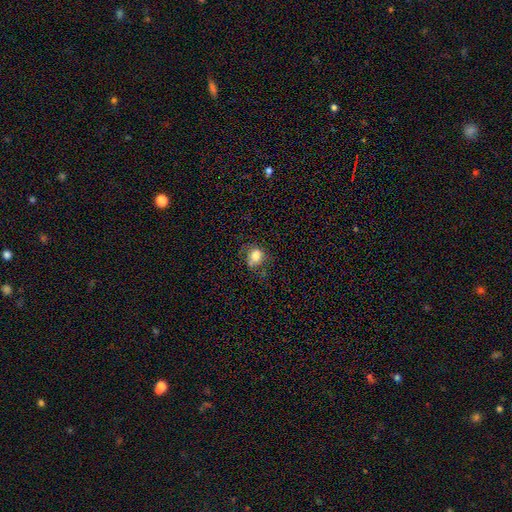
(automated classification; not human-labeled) Q: Smooth or featured?
A: smooth (78%); runner-up: star or artifact (11%)
Q: How rounded?
A: round (65%); runner-up: in between (34%)
Q: Merging?
A: none (59%); runner-up: minor disturbance (24%)